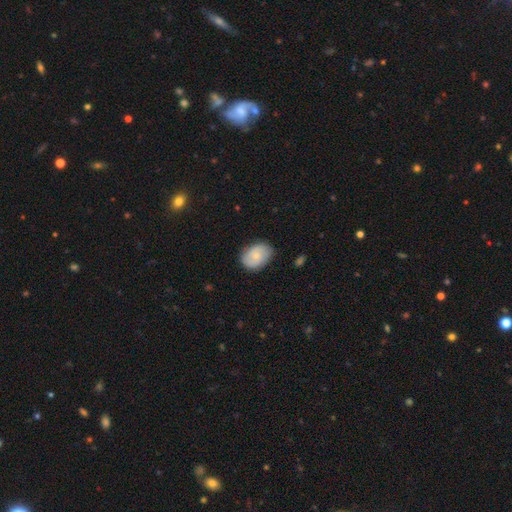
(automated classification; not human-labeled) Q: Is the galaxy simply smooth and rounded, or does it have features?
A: smooth — 60%.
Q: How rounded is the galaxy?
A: in between — 76%.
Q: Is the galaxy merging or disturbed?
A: none — 80%.